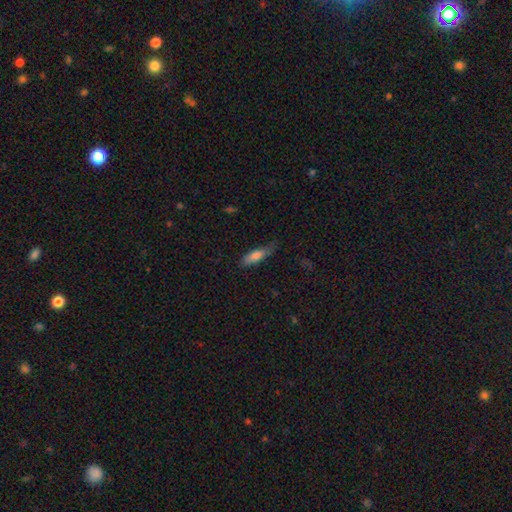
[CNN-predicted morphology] Smooth or featured? Predicted: smooth (p=0.75). How rounded? Predicted: cigar-shaped (p=0.52). Merging? Predicted: none (p=0.60).